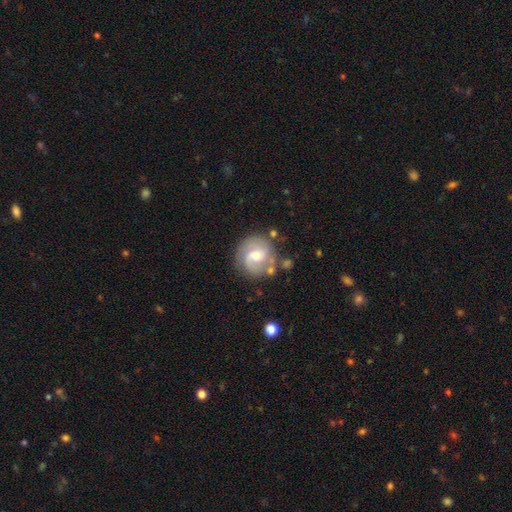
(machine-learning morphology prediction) featured or disk 70%, smooth 24%, star or artifact 6%. Down the decision tree: edge-on disk — no (98%); bar — weak (49%); spiral arms — yes (90%); spiral arm count — 2 (78%); spiral winding — medium (47%); bulge size — moderate (63%); merging — none (71%).